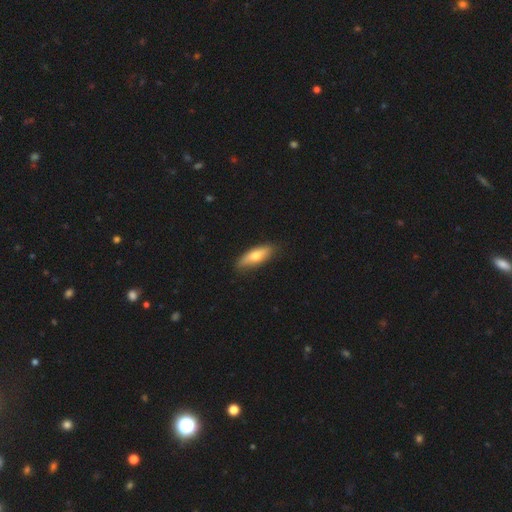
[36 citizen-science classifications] Volunteers were most divided on "how rounded": in between: 62%, cigar-shaped: 33%, round: 4%. More confident: merging — none (68%); smooth or featured — smooth (67%).